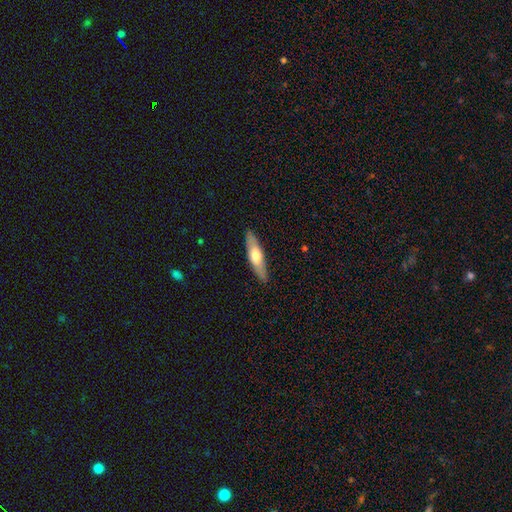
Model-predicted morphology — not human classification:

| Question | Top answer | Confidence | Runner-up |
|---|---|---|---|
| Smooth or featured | smooth | 56% | featured or disk (39%) |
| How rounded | cigar-shaped | 69% | in between (29%) |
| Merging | none | 88% | minor disturbance (9%) |